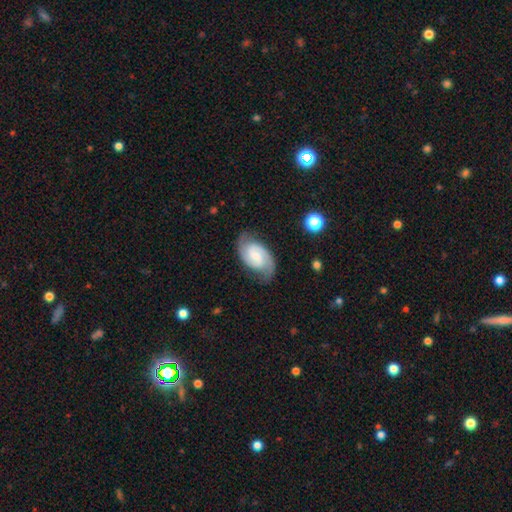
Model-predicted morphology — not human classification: Smooth or featured?
  - featured or disk: 81% *
  - smooth: 14%
  - star or artifact: 6%
Edge-on disk?
  - no: 97% *
  - yes: 3%
Bar?
  - weak: 48% *
  - no: 39%
  - strong: 13%
Spiral arms?
  - yes: 97% *
  - no: 3%
Spiral winding?
  - medium: 49% *
  - tight: 37%
  - loose: 14%
Spiral arm count?
  - 2: 90% *
  - can't tell: 5%
  - 3: 2%
  - 1: 2%
  - 4: 1%
  - more than 4: 1%
Bulge size?
  - small: 42% *
  - moderate: 31%
  - none: 19%
  - large: 6%
  - dominant: 2%
Merging?
  - none: 77% *
  - minor disturbance: 17%
  - major disturbance: 5%
  - merger: 1%